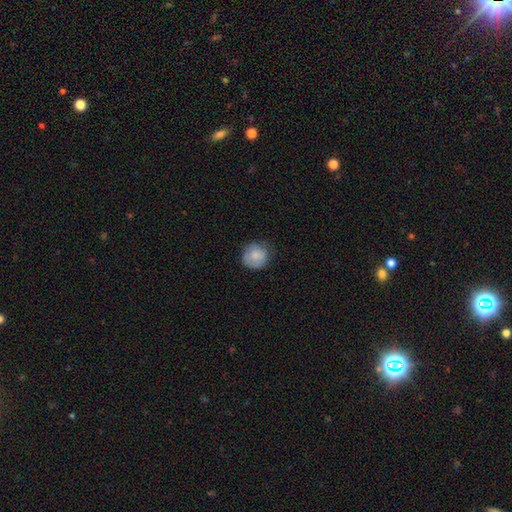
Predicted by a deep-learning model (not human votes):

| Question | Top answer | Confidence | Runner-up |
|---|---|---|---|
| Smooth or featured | smooth | 81% | featured or disk (13%) |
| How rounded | round | 90% | in between (9%) |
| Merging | none | 72% | minor disturbance (22%) |